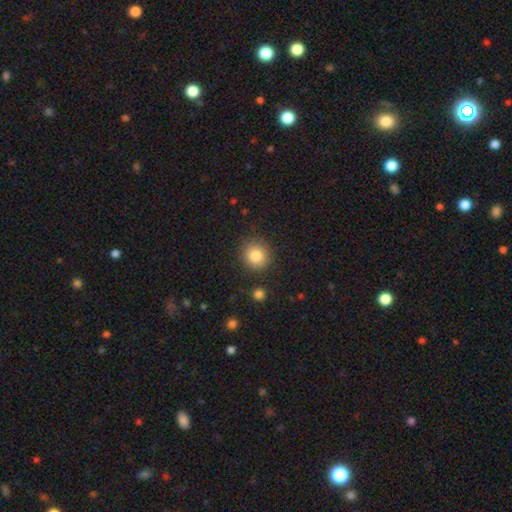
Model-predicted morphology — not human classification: smooth_or_featured: smooth (p=0.83) [alt: star or artifact p=0.10]
how_rounded: round (p=0.88) [alt: in between p=0.11]
merging: none (p=0.86) [alt: minor disturbance p=0.08]